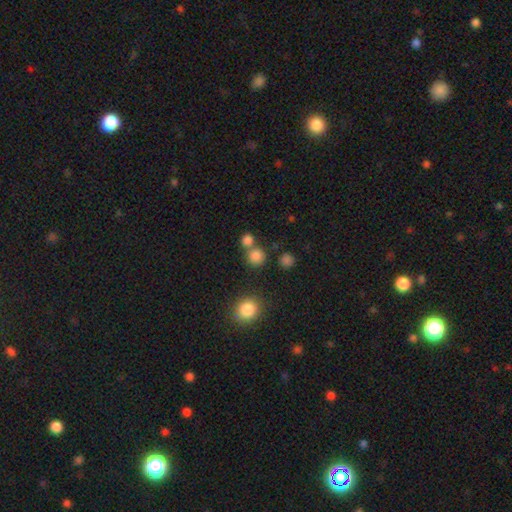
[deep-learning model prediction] Smooth or featured?
  - smooth: 81% *
  - star or artifact: 14%
  - featured or disk: 5%
How rounded?
  - round: 90% *
  - in between: 9%
  - cigar-shaped: 1%
Merging?
  - none: 65% *
  - merger: 25%
  - minor disturbance: 7%
  - major disturbance: 3%